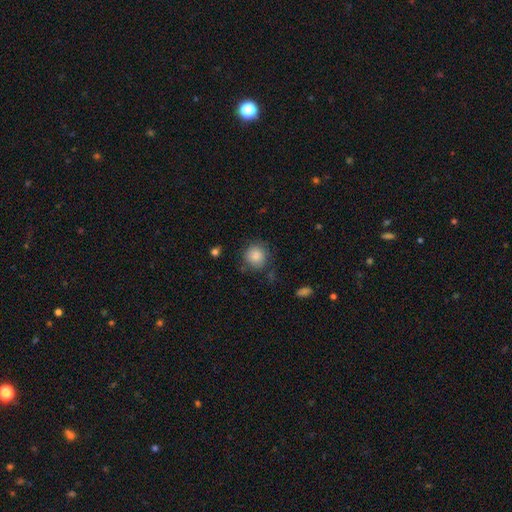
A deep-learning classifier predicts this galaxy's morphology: type=smooth (86%); roundness=round (91%); merging=none (78%).